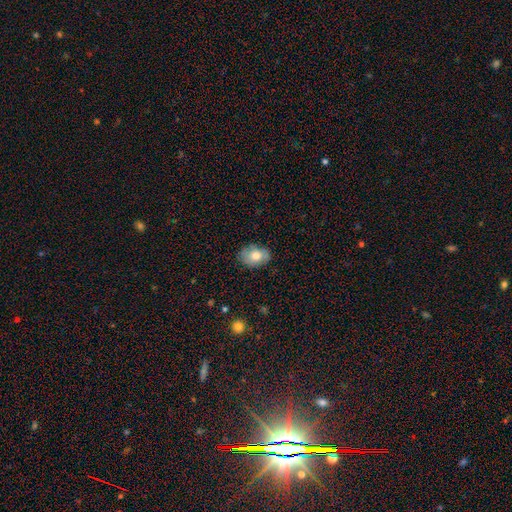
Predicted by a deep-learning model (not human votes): Smooth or featured: smooth — 74% (featured or disk — 19%)
How rounded: in between — 76% (round — 23%)
Merging: none — 80% (minor disturbance — 16%)